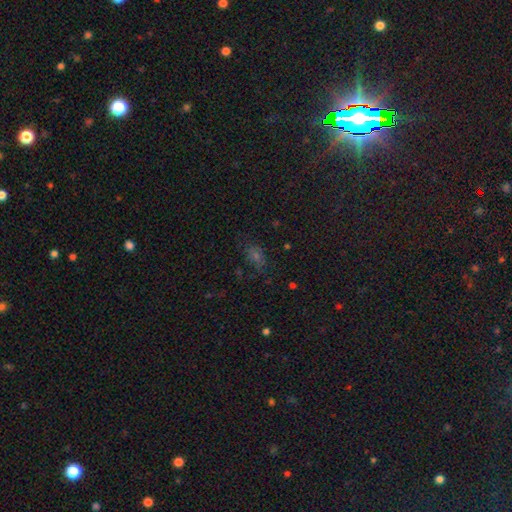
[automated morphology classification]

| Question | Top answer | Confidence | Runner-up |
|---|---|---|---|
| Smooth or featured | star or artifact | 42% | tied: smooth (42%) |